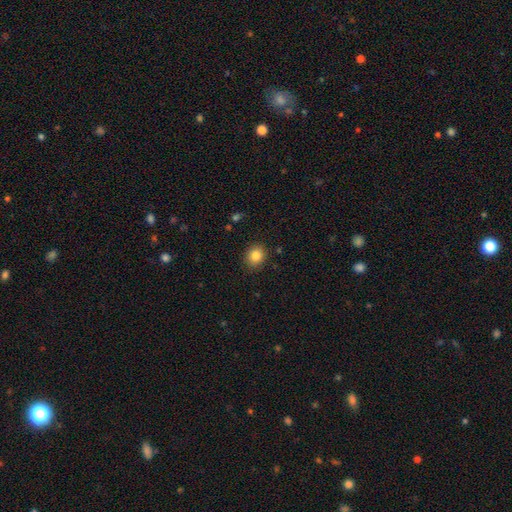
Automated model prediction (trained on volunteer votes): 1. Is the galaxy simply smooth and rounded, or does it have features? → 84% smooth, 10% star or artifact, 6% featured or disk.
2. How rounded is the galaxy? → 69% round, 31% in between, 1% cigar-shaped.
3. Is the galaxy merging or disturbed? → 89% none, 8% minor disturbance, 2% major disturbance, 1% merger.